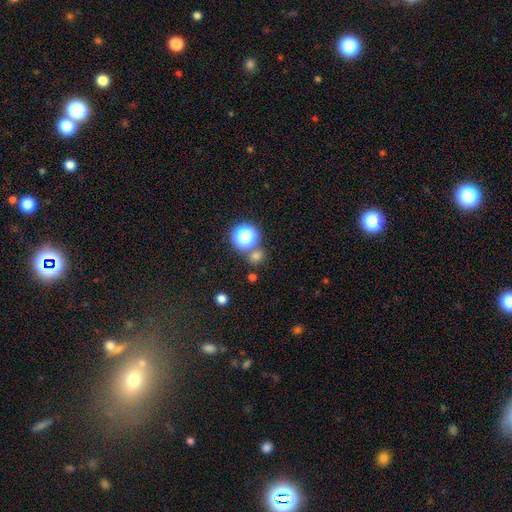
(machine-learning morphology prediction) A smooth galaxy with no disk features (68%) that is round (77%).

Vote fractions:
- Smooth or featured? smooth: 68% / star or artifact: 26% / featured or disk: 6%
- How rounded? round: 77% / in between: 21% / cigar-shaped: 1%
- Merging? none: 69% / merger: 17% / minor disturbance: 9% / major disturbance: 4%